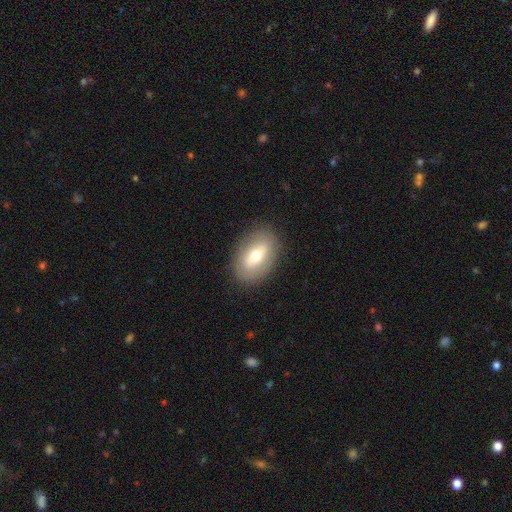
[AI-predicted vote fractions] Q: Smooth or featured?
A: smooth (59%); runner-up: featured or disk (33%)
Q: How rounded?
A: in between (87%); runner-up: round (10%)
Q: Merging?
A: none (85%); runner-up: minor disturbance (10%)